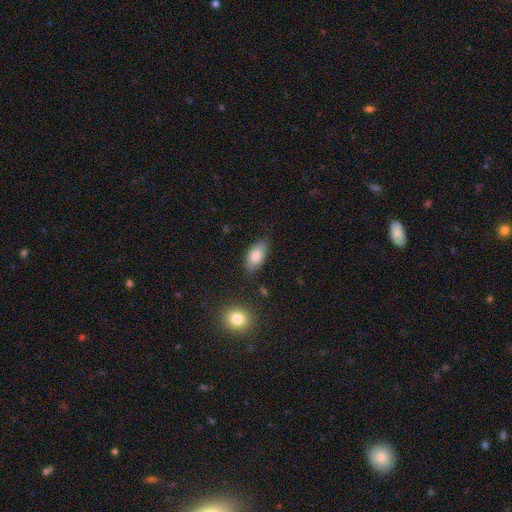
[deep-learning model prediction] smooth 80%, featured or disk 13%, star or artifact 7%. Down the decision tree: how rounded — in between (92%); merging — none (81%).